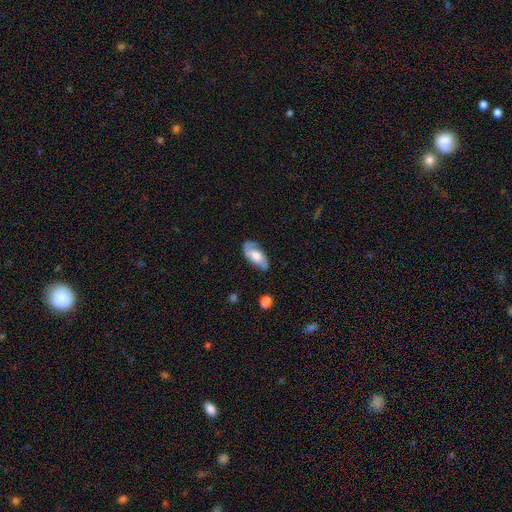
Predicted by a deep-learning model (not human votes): Morphology: type=featured or disk (60%); edge-on=no (89%); bar=no (62%); spiral arms=yes (84%); bulge=moderate (44%); merging=none (71%).